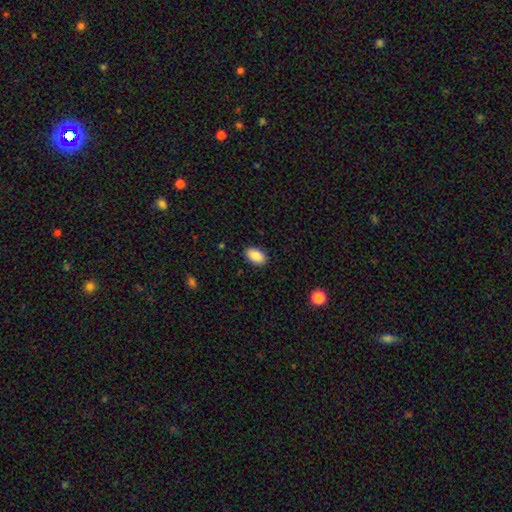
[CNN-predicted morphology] The model was most divided on "merging": none: 89%, minor disturbance: 8%, major disturbance: 2%, merger: 1%. More confident: how rounded — in between (93%); smooth or featured — smooth (88%).